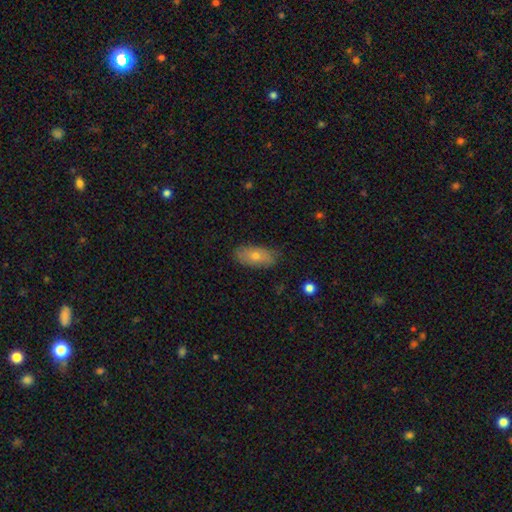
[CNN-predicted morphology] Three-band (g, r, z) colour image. It shows a smooth galaxy with no disk features (68%) that is in between round and cigar-shaped (86%). Merging: none (81%).